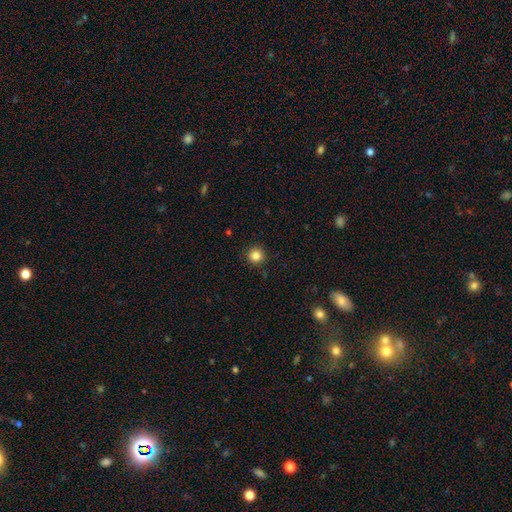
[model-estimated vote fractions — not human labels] Morphology: type=smooth (85%); roundness=round (95%); merging=none (91%).